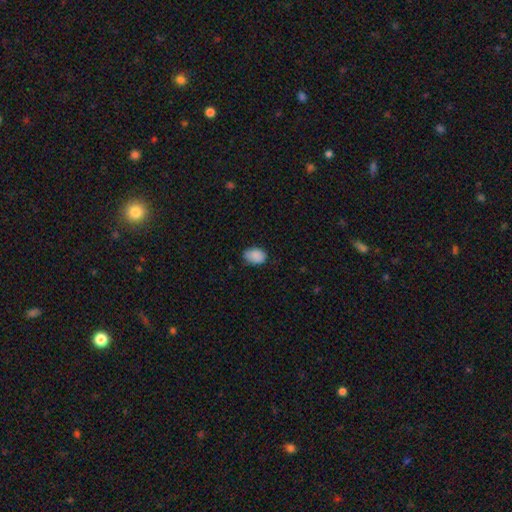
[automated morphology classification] A smooth galaxy with no disk features (88%) that is in between round and cigar-shaped (79%).

Vote fractions:
- Smooth or featured? smooth: 88% / star or artifact: 8% / featured or disk: 4%
- How rounded? in between: 79% / round: 20% / cigar-shaped: 1%
- Merging? none: 73% / minor disturbance: 22% / major disturbance: 3% / merger: 1%